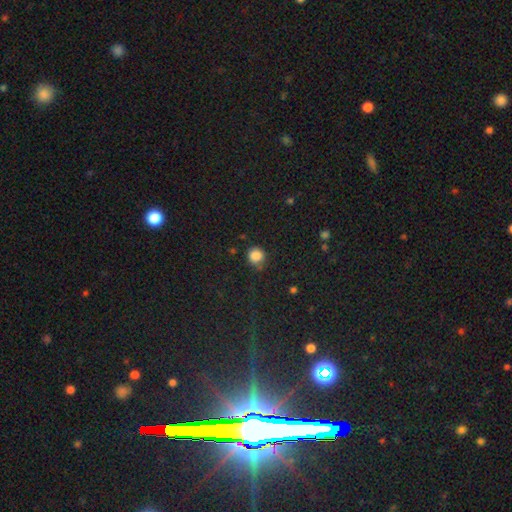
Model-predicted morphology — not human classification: A smooth galaxy with no disk features (85%) that is round (85%). Merging: none (70%).